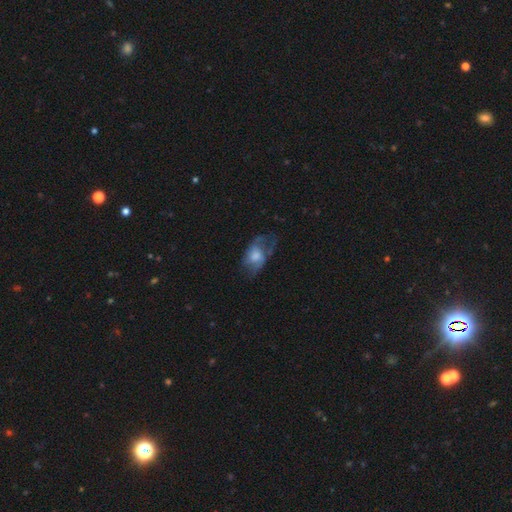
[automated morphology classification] Overall: smooth (47%; featured or disk 44%). Merging: none (40%; major disturbance 32%).